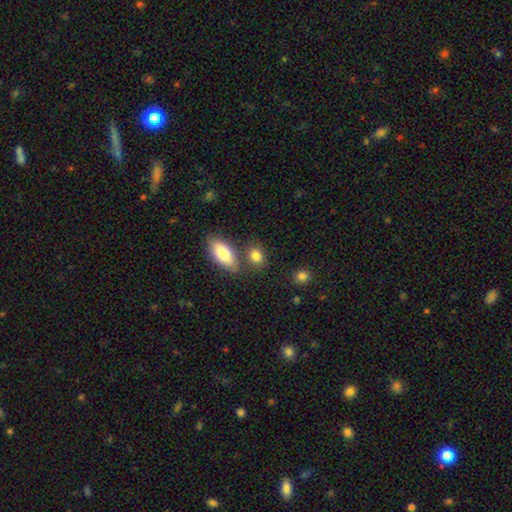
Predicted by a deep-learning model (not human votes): smooth-or-featured: smooth: 85% | star or artifact: 8% | featured or disk: 7%
  how-rounded: in between: 62% | round: 35% | cigar-shaped: 4%
  merging: none: 68% | merger: 16% | minor disturbance: 12% | major disturbance: 3%